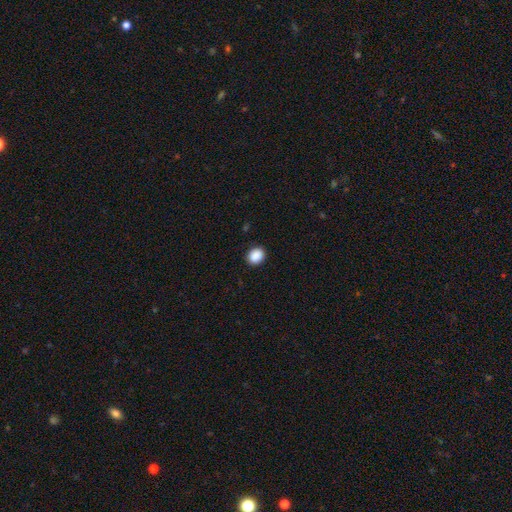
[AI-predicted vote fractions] This is clearly a smooth galaxy (89%). How rounded: possibly round (58%). Merging: clearly none (89%).